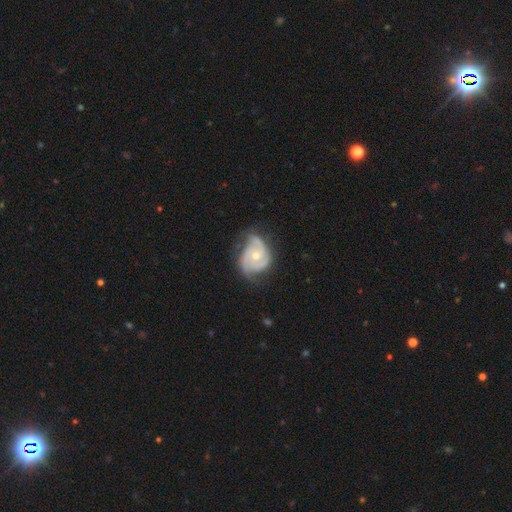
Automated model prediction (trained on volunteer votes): This appears to be a featured or disk galaxy (83%) with no bar (78%), 3 (51%) tight (53%) spiral arms (94%) and a moderate central bulge (56%). Merging: none (53%).